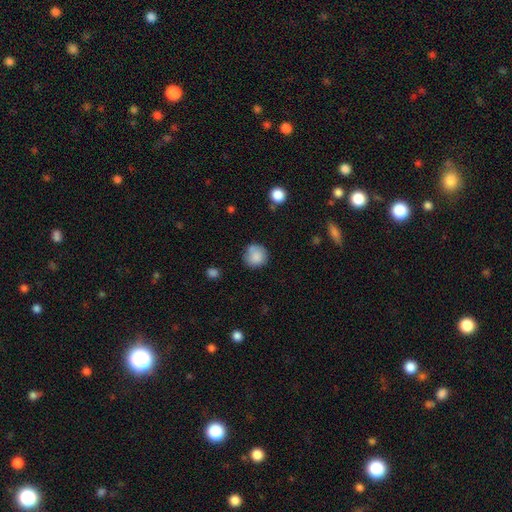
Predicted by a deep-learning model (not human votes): smooth 84%, star or artifact 9%, featured or disk 7%. Down the decision tree: how rounded — round (90%); merging — none (72%).